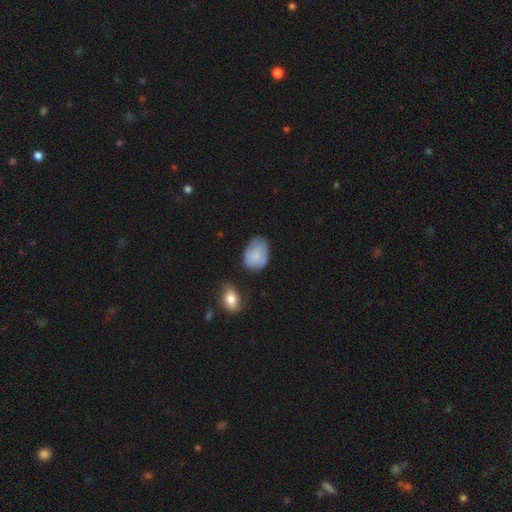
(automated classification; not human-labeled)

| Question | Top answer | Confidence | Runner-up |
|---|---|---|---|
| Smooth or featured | smooth | 67% | featured or disk (26%) |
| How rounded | in between | 75% | round (24%) |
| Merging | none | 55% | minor disturbance (33%) |